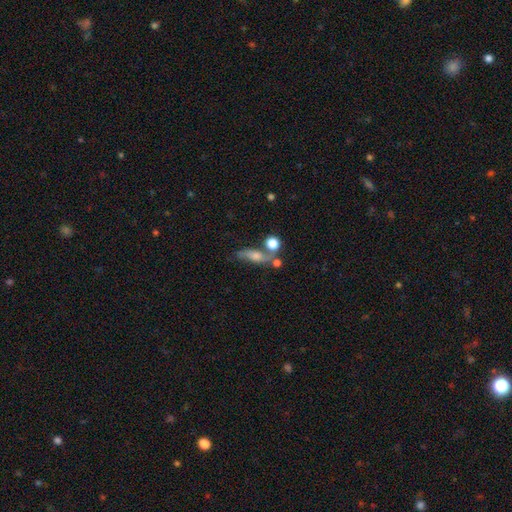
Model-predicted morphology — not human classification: smooth-or-featured: featured or disk: 48% | smooth: 37% | star or artifact: 14%
  merging: none: 52% | merger: 20% | minor disturbance: 18% | major disturbance: 10%